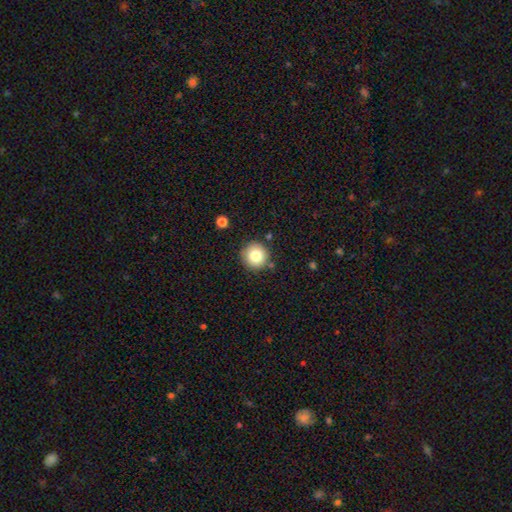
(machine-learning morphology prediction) A smooth galaxy with no disk features (80%) that is round (95%).

Vote fractions:
- Smooth or featured? smooth: 80% / star or artifact: 11% / featured or disk: 10%
- How rounded? round: 95% / in between: 4% / cigar-shaped: 1%
- Merging? none: 86% / minor disturbance: 9% / merger: 3% / major disturbance: 2%